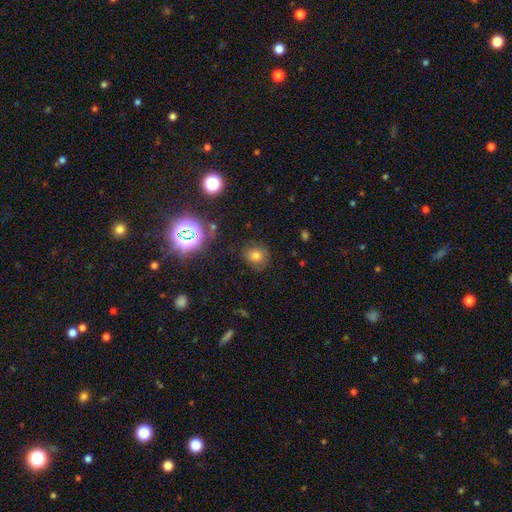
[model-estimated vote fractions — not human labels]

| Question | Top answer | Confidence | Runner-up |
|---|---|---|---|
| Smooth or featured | smooth | 70% | star or artifact (20%) |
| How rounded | round | 79% | in between (20%) |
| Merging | none | 79% | minor disturbance (14%) |